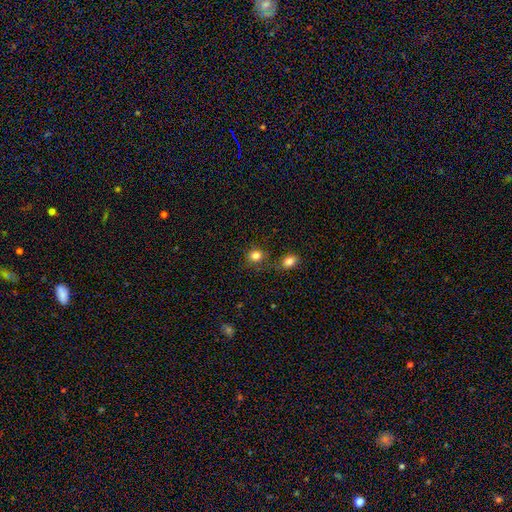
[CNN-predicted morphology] Smooth or featured?
  - smooth: 82% *
  - star or artifact: 13%
  - featured or disk: 6%
How rounded?
  - round: 81% *
  - in between: 18%
  - cigar-shaped: 1%
Merging?
  - none: 71% *
  - minor disturbance: 13%
  - merger: 12%
  - major disturbance: 5%